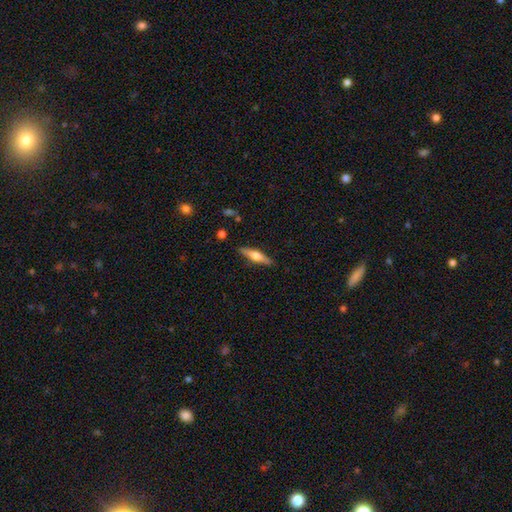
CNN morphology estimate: A featured or disk galaxy (59%) viewed edge-on (96%) with a rounded central bulge (92%). Merging: none (89%).